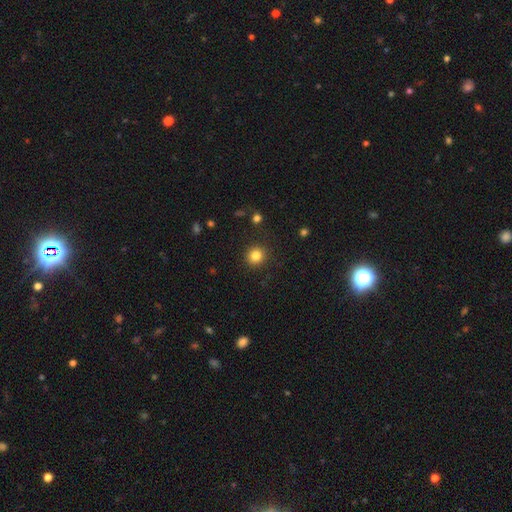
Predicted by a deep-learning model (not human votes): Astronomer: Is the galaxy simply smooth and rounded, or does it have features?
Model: smooth — 83%.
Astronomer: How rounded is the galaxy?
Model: round — 90%.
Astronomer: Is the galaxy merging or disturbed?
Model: none — 90%.